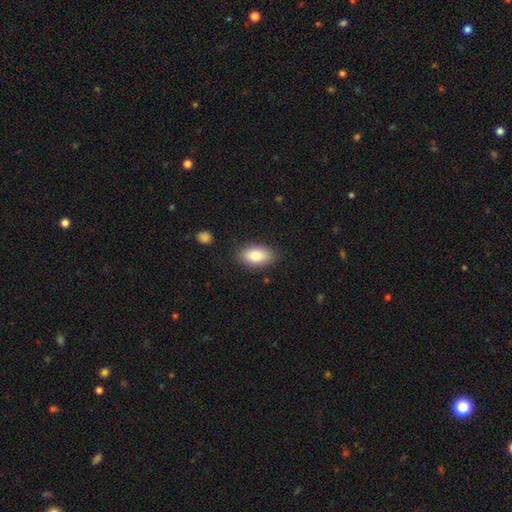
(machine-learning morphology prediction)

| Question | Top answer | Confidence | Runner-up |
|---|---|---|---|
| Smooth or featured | smooth | 81% | featured or disk (12%) |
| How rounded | in between | 92% | round (6%) |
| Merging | none | 84% | minor disturbance (11%) |